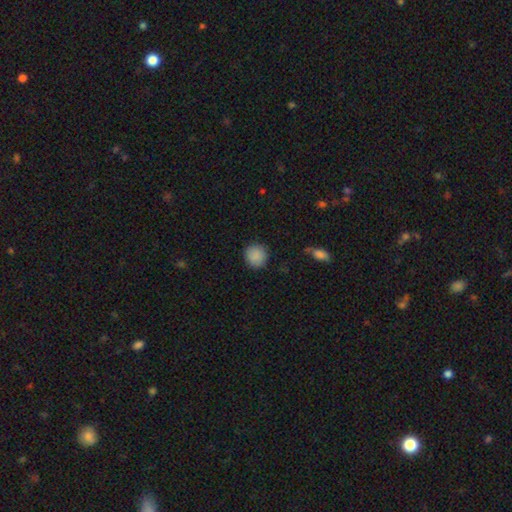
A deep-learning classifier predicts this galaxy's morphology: type=smooth (88%); roundness=round (92%); merging=none (87%).